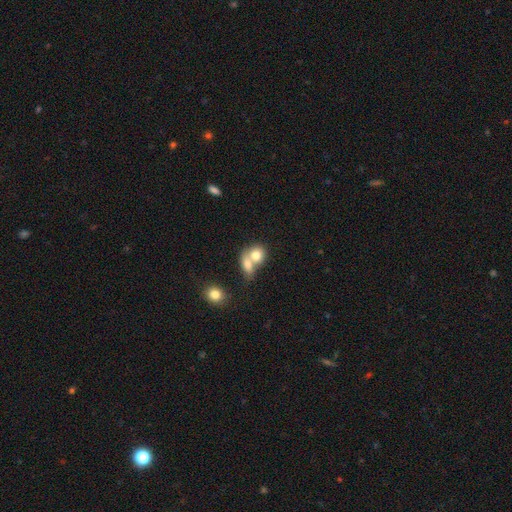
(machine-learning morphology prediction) Smooth or featured? Predicted: smooth (p=0.76). How rounded? Predicted: round (p=0.60). Merging? Predicted: merger (p=0.68).